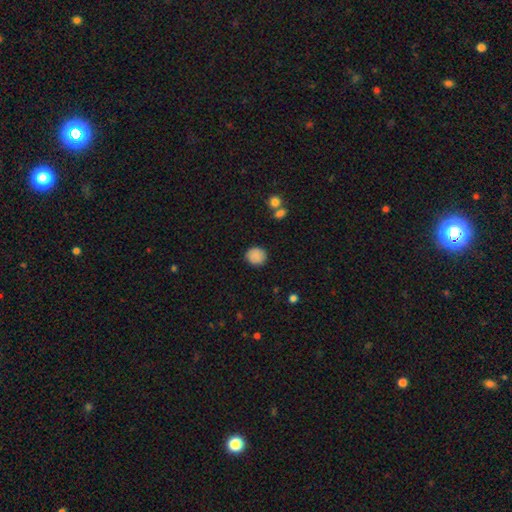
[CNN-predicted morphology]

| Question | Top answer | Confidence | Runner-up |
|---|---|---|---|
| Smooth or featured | smooth | 87% | star or artifact (8%) |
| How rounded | round | 86% | in between (13%) |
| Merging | none | 87% | minor disturbance (9%) |